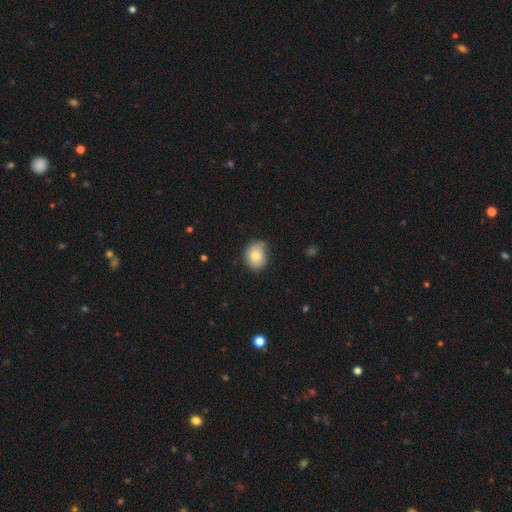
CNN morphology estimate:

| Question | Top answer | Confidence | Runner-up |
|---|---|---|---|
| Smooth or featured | smooth | 80% | featured or disk (12%) |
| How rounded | round | 54% | in between (45%) |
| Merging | none | 72% | minor disturbance (23%) |